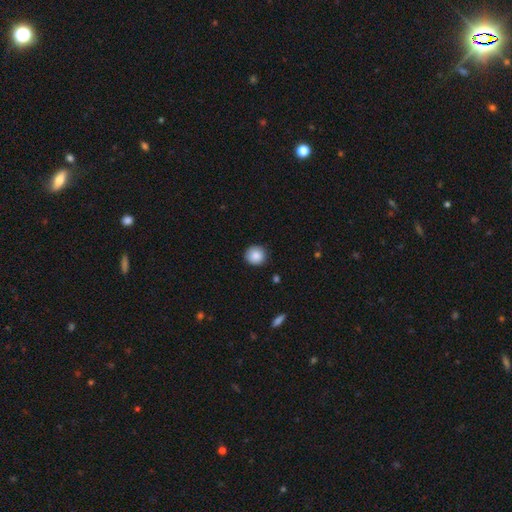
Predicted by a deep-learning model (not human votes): smooth 87%, star or artifact 8%, featured or disk 4%. Down the decision tree: how rounded — round (92%); merging — none (87%).